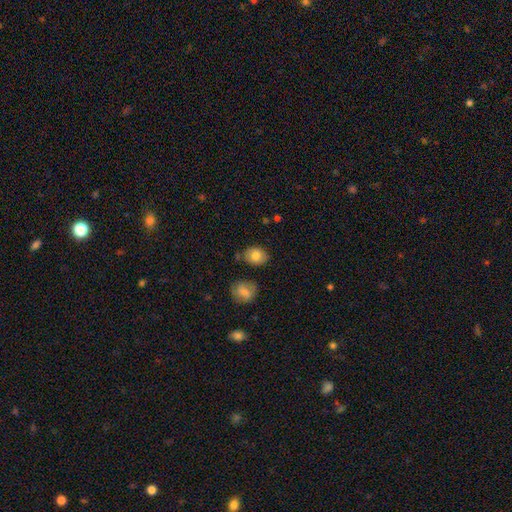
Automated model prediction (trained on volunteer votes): Overall: smooth (79%). How rounded: round (50%; in between 49%). Merging: none (74%).